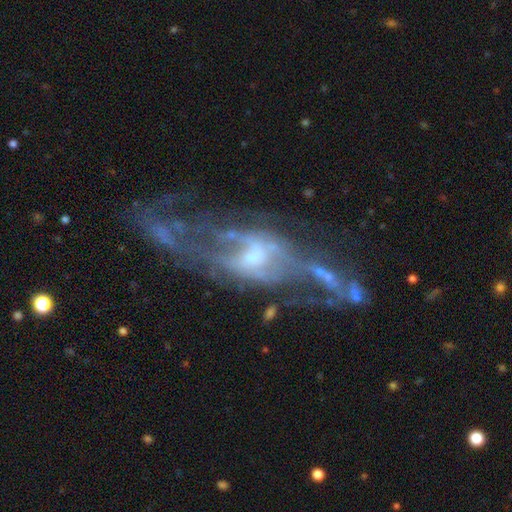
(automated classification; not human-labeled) Q: Smooth or featured?
A: featured or disk (80%); runner-up: smooth (10%)
Q: Edge-on disk?
A: no (89%); runner-up: yes (11%)
Q: Bar?
A: no (47%); runner-up: weak (37%)
Q: Spiral arms?
A: yes (67%); runner-up: no (33%)
Q: Bulge size?
A: moderate (43%); runner-up: small (42%)
Q: Merging?
A: major disturbance (36%); runner-up: none (31%)